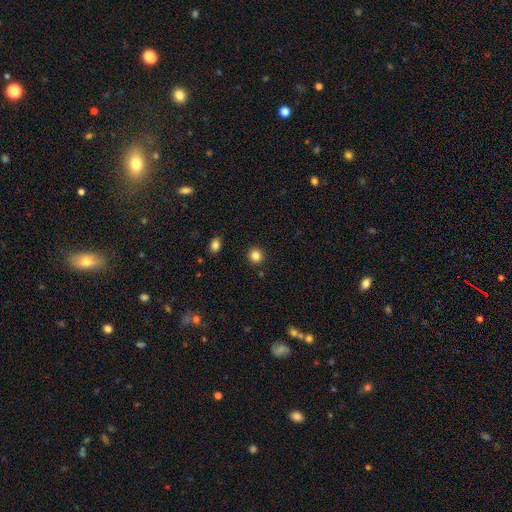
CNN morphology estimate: Overall: smooth (84%). How rounded: round (92%). Merging: none (92%).